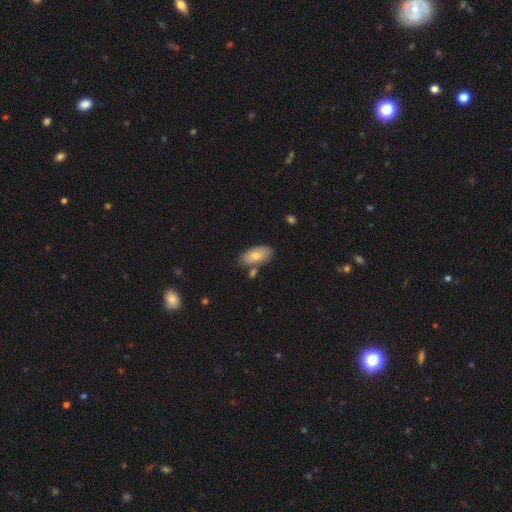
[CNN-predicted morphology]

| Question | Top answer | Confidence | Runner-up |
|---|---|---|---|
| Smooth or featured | smooth | 79% | featured or disk (14%) |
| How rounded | in between | 92% | cigar-shaped (4%) |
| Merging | none | 72% | minor disturbance (14%) |